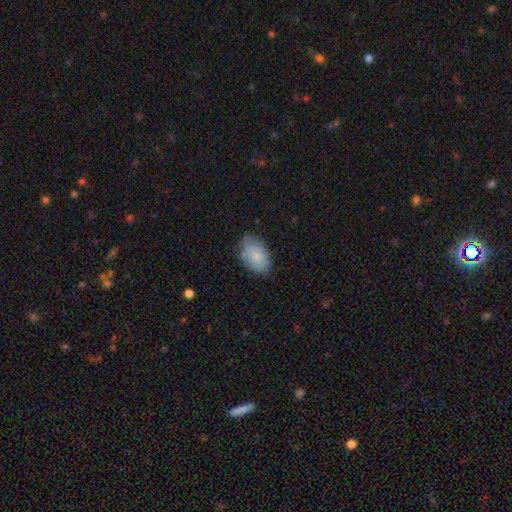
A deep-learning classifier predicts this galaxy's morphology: Smooth or featured? Predicted: smooth (p=0.78). How rounded? Predicted: in between (p=0.91). Merging? Predicted: none (p=0.66).